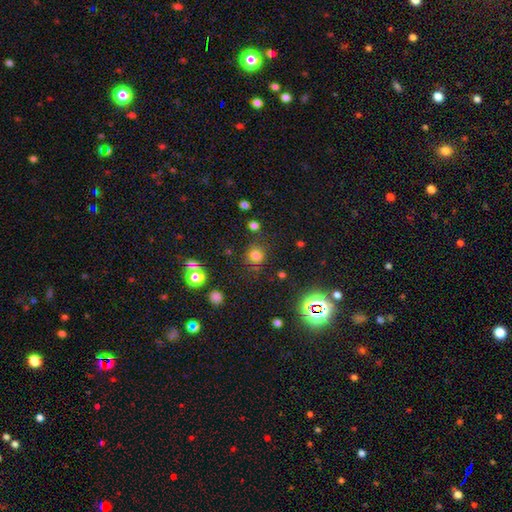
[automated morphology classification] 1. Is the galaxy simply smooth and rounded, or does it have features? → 73% smooth, 21% star or artifact, 6% featured or disk.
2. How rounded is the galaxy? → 90% round, 9% in between, 1% cigar-shaped.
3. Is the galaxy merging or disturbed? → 82% none, 10% minor disturbance, 4% major disturbance, 4% merger.